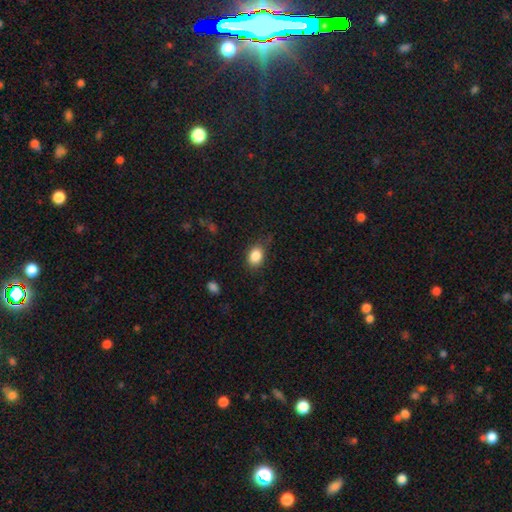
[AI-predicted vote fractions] Overall: smooth (86%). How rounded: in between (70%). Merging: none (75%).